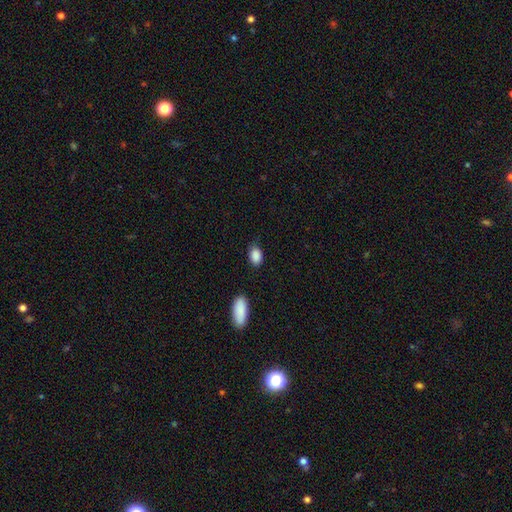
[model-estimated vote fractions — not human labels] Q: Smooth or featured?
A: smooth (89%); runner-up: star or artifact (8%)
Q: How rounded?
A: in between (81%); runner-up: round (17%)
Q: Merging?
A: none (74%); runner-up: minor disturbance (20%)